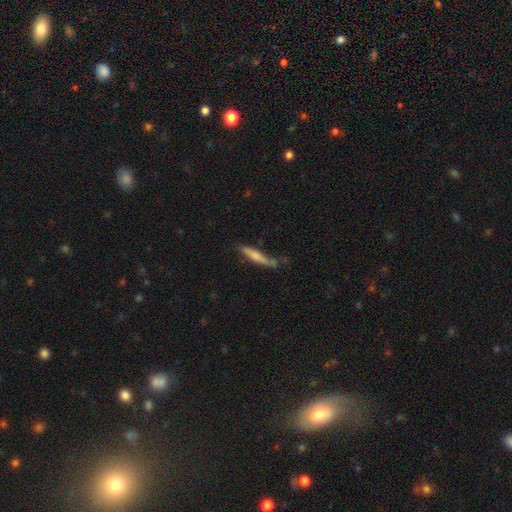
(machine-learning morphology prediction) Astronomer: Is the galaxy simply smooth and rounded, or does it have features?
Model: smooth — 61%.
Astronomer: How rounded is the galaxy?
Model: cigar-shaped — 87%.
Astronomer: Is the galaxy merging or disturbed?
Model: none — 59%.